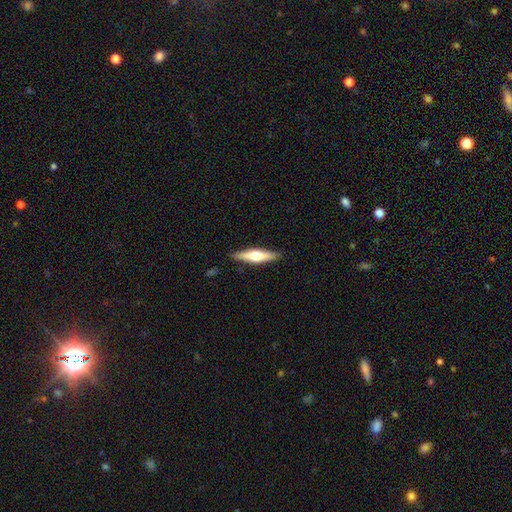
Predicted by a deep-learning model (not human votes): smooth_or_featured: featured or disk (p=0.55) [alt: smooth p=0.39]
disk_edge_on: yes (p=0.96) [alt: no p=0.04]
edge_on_bulge: rounded (p=0.90) [alt: boxy p=0.07]
merging: none (p=0.89) [alt: minor disturbance p=0.08]